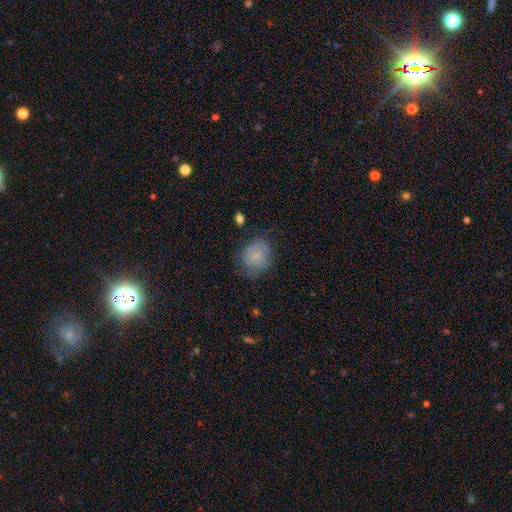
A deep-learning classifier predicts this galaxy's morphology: Overall: smooth (67%). How rounded: round (62%; in between 37%). Merging: none (64%; minor disturbance 25%).